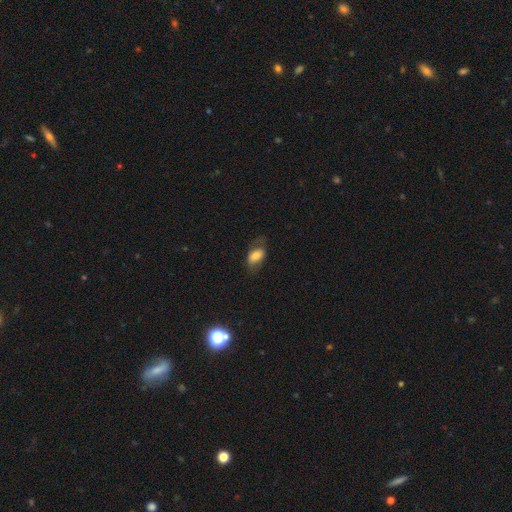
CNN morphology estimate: The model was most divided on "merging": none: 59%, minor disturbance: 23%, major disturbance: 16%, merger: 1%. More confident: how rounded — in between (90%); smooth or featured — smooth (69%).